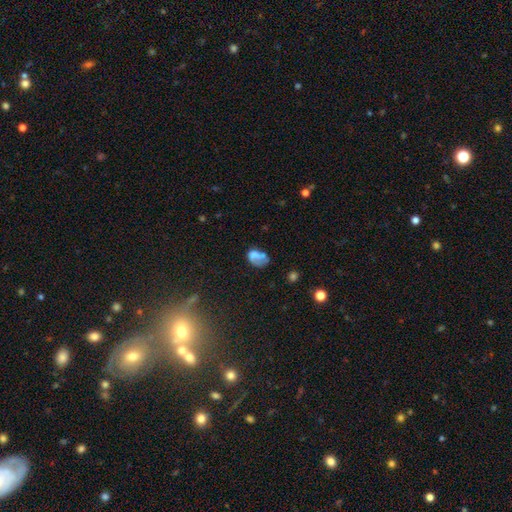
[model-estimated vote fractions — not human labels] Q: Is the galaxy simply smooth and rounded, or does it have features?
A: smooth — 57%.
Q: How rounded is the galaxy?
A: in between — 79%.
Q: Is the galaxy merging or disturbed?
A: none — 33%.